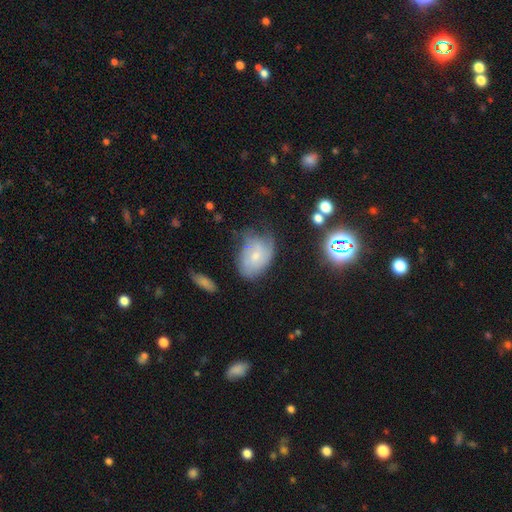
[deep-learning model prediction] Morphology: type=featured or disk (47%); merging=none (47%).